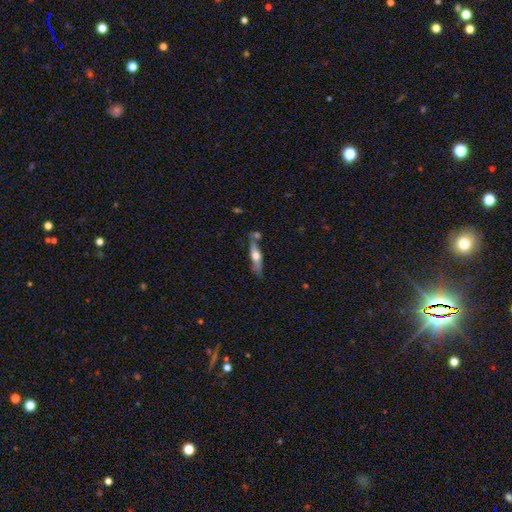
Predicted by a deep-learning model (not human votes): smooth_or_featured: smooth (p=0.48) [alt: featured or disk p=0.47]
merging: none (p=0.67) [alt: minor disturbance p=0.17]